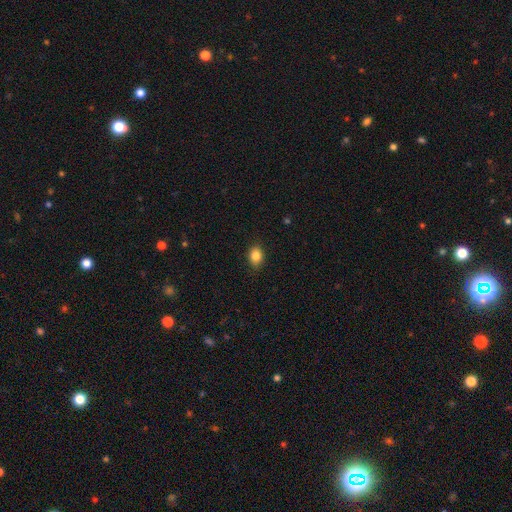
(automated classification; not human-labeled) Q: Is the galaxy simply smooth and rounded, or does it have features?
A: smooth — 85%.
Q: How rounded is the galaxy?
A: in between — 65%.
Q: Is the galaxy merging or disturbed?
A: none — 87%.